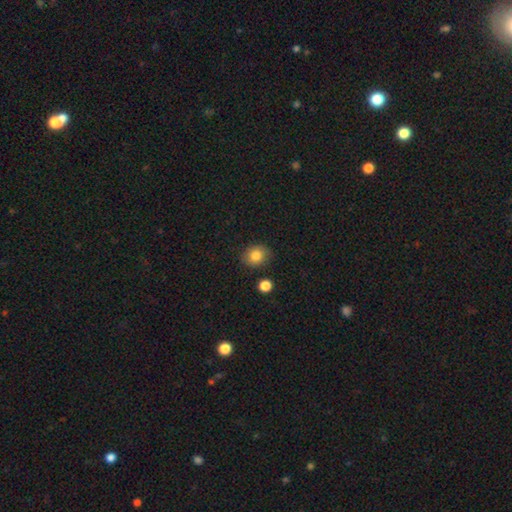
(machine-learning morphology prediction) smooth_or_featured: smooth (p=0.82) [alt: star or artifact p=0.10]
how_rounded: round (p=0.61) [alt: in between p=0.38]
merging: none (p=0.83) [alt: minor disturbance p=0.12]